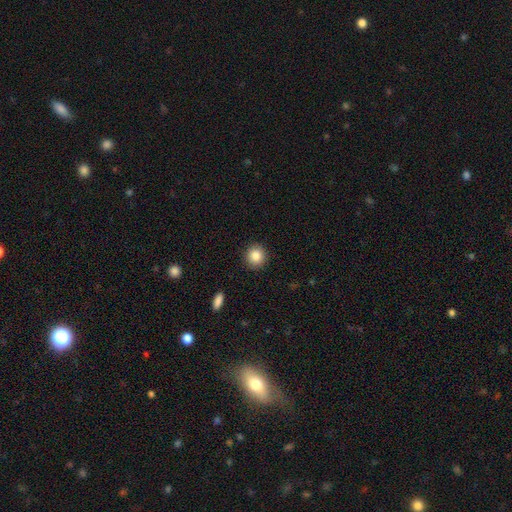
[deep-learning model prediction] Overall: smooth (85%). How rounded: round (91%). Merging: none (91%).